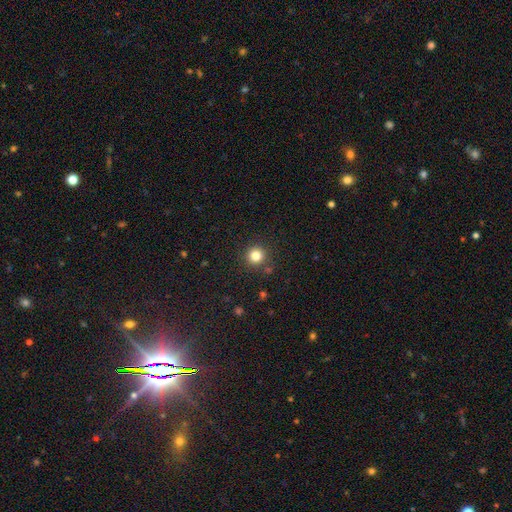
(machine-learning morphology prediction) type=smooth (82%); roundness=round (95%); merging=none (89%).